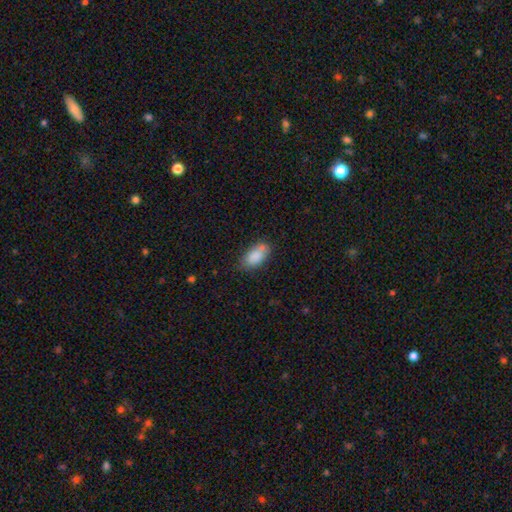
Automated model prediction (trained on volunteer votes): A smooth galaxy with no disk features (85%) that is in between round and cigar-shaped (90%).

Vote fractions:
- Smooth or featured? smooth: 85% / featured or disk: 7% / star or artifact: 7%
- How rounded? in between: 90% / cigar-shaped: 7% / round: 3%
- Merging? none: 68% / minor disturbance: 22% / major disturbance: 5% / merger: 5%